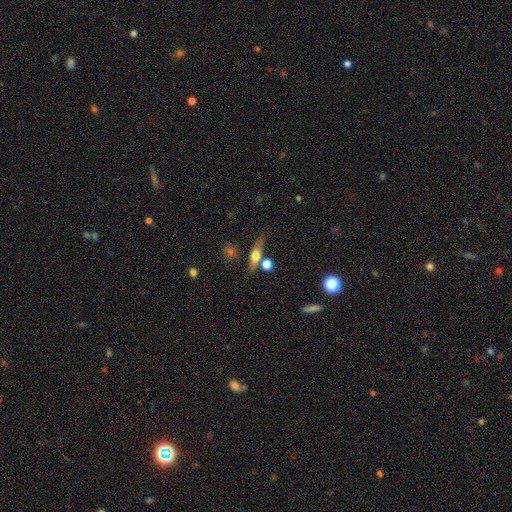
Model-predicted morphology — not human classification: Smooth or featured?
  - featured or disk: 48% *
  - smooth: 43%
  - star or artifact: 9%
Merging?
  - none: 70% *
  - merger: 15%
  - minor disturbance: 12%
  - major disturbance: 4%